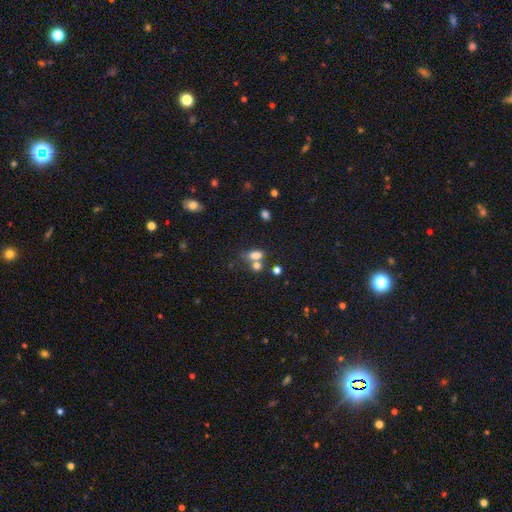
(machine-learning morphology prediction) smooth 75%, star or artifact 13%, featured or disk 12%. Down the decision tree: how rounded — in between (77%); merging — merger (43%).